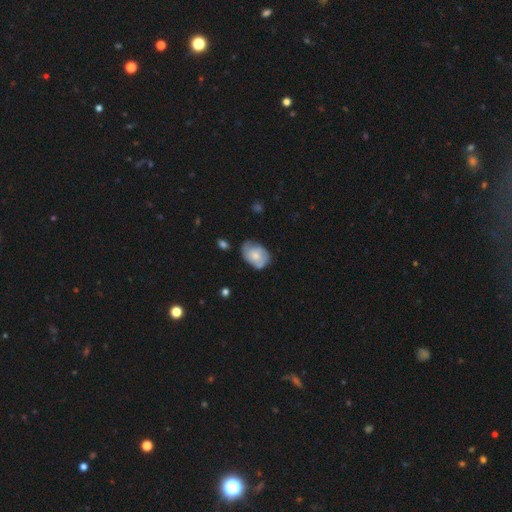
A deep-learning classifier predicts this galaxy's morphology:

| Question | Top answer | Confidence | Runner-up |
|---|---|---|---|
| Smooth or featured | smooth | 54% | featured or disk (39%) |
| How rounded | in between | 74% | round (25%) |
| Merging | none | 50% | minor disturbance (36%) |